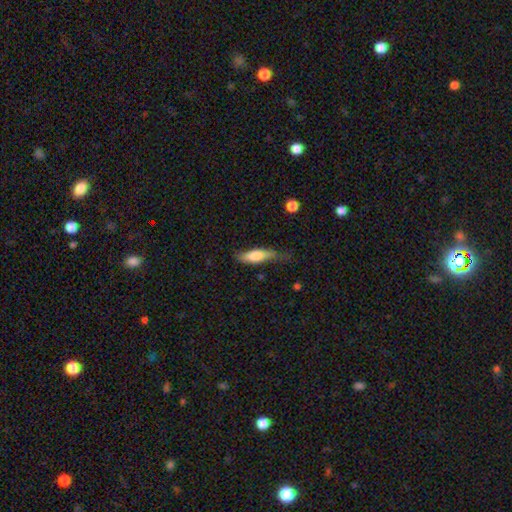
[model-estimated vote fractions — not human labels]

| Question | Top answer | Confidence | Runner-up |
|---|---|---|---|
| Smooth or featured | smooth | 72% | featured or disk (22%) |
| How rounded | cigar-shaped | 55% | in between (43%) |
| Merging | none | 49% | minor disturbance (36%) |